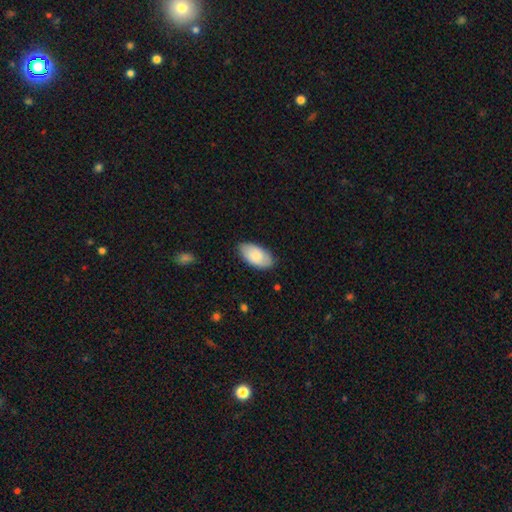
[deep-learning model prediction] A smooth galaxy with no disk features (82%) that is in between round and cigar-shaped (95%).

Vote fractions:
- Smooth or featured? smooth: 82% / featured or disk: 12% / star or artifact: 6%
- How rounded? in between: 95% / cigar-shaped: 2% / round: 2%
- Merging? none: 80% / minor disturbance: 16% / major disturbance: 3% / merger: 1%